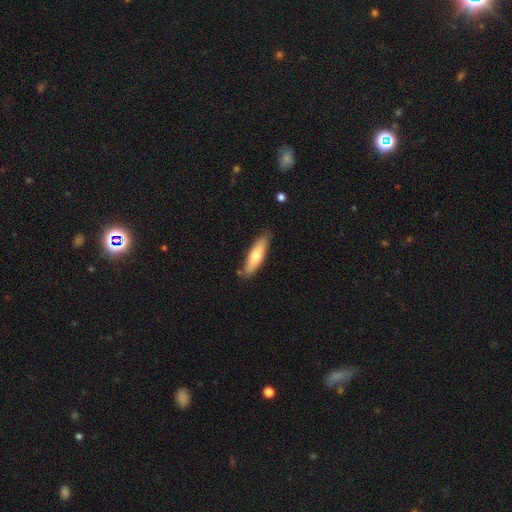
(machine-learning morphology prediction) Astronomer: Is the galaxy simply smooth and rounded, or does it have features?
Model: smooth — 63%.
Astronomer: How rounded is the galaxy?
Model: cigar-shaped — 65%.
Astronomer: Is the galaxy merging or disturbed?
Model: none — 84%.